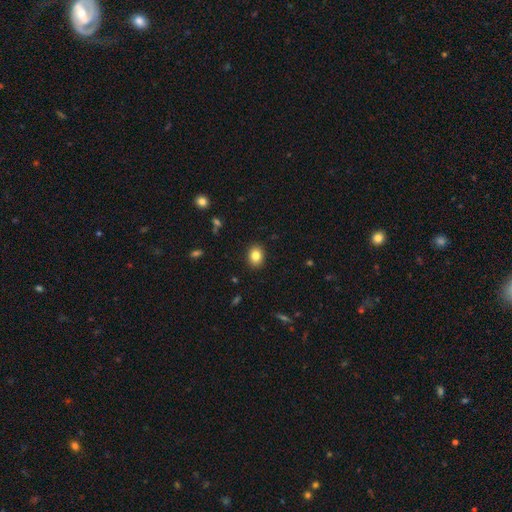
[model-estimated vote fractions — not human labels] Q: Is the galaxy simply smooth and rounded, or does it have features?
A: smooth — 84%.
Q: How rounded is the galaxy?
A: in between — 56%.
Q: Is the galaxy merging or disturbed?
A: none — 90%.